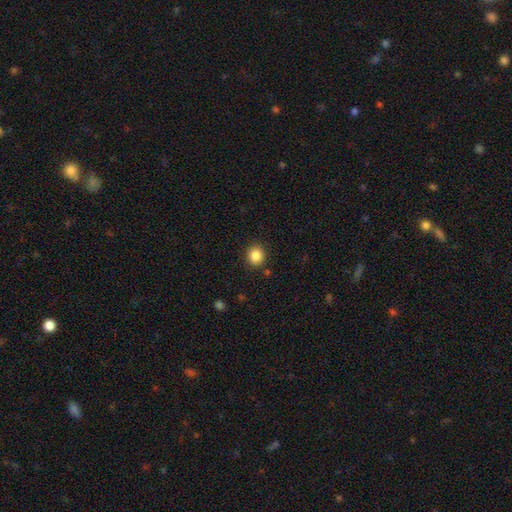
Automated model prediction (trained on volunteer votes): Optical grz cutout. It shows a smooth galaxy with no disk features (86%) that is round (87%). Merging: none (89%).